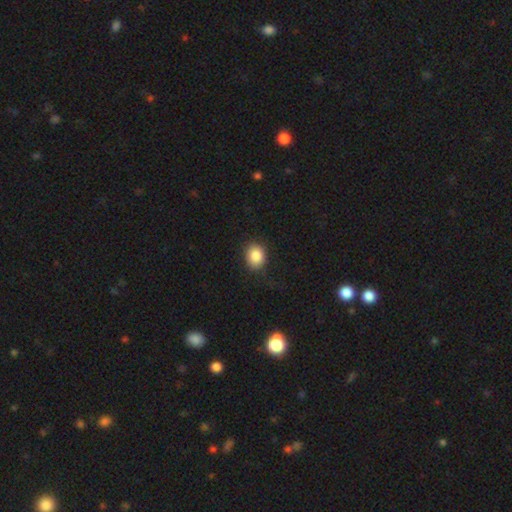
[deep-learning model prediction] Q: Smooth or featured?
A: smooth (86%); runner-up: star or artifact (9%)
Q: How rounded?
A: round (58%); runner-up: in between (41%)
Q: Merging?
A: none (81%); runner-up: minor disturbance (14%)